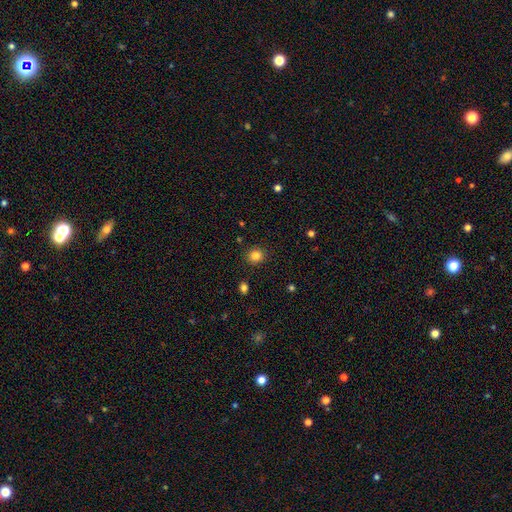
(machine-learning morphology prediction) type=smooth (83%); roundness=round (87%); merging=none (90%).